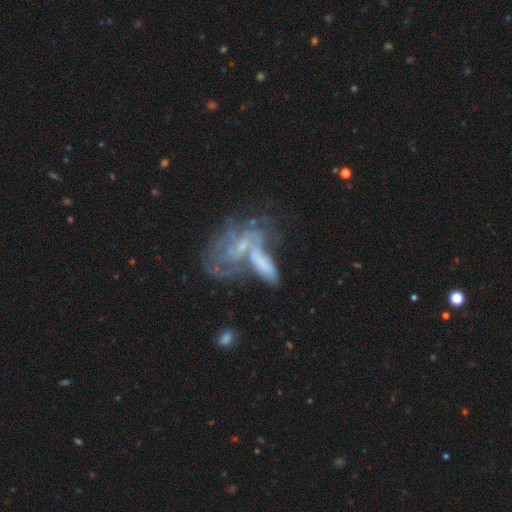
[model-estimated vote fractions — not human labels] This is likely a featured or disk galaxy (61%). It is clearly not viewed edge-on (89%). Bar: likely no (66%). Spiral arm pattern: possibly no (56%). Central bulge: marginally small (43%). Merging: possibly merger (55%).